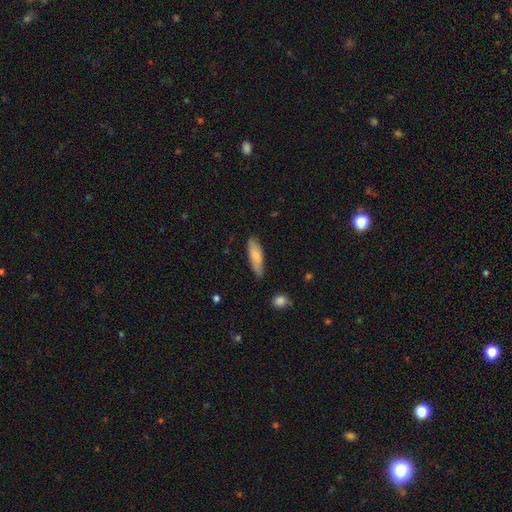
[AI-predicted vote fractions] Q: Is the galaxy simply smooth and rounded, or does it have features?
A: smooth — 79%.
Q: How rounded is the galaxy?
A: in between — 50%.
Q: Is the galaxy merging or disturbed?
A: none — 77%.